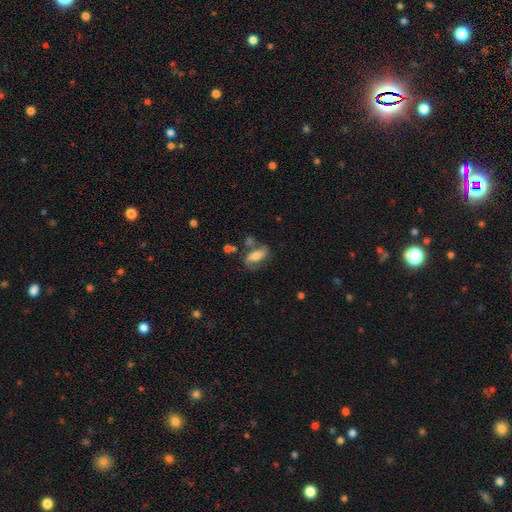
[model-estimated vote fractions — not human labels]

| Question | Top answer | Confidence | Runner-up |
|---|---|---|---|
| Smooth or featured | smooth | 53% | featured or disk (39%) |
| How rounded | in between | 79% | cigar-shaped (16%) |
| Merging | none | 55% | minor disturbance (22%) |